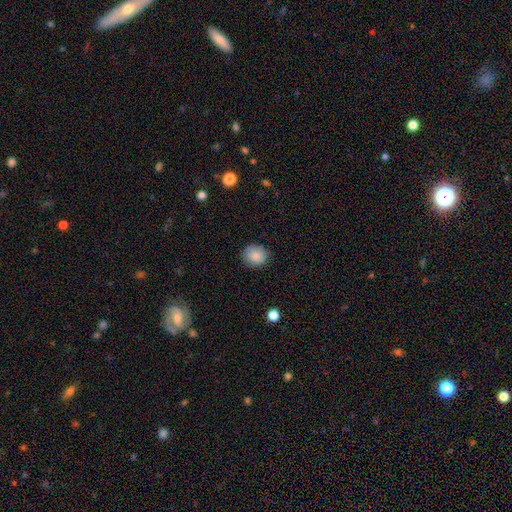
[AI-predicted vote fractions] A smooth galaxy with no disk features (86%) that is round (73%). Merging: none (85%).